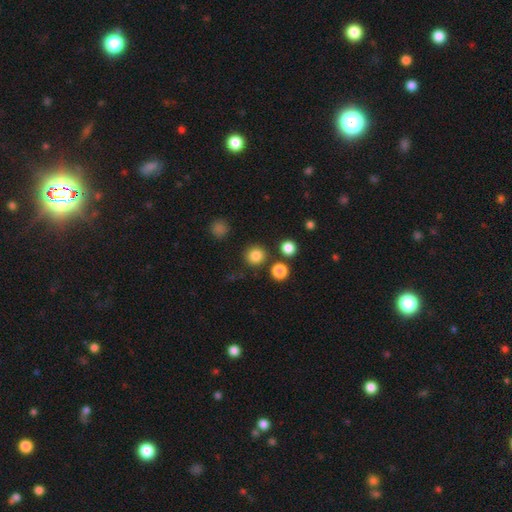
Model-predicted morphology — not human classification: Smooth or featured? smooth (83%)
How rounded? round (93%)
Merging? none (85%)